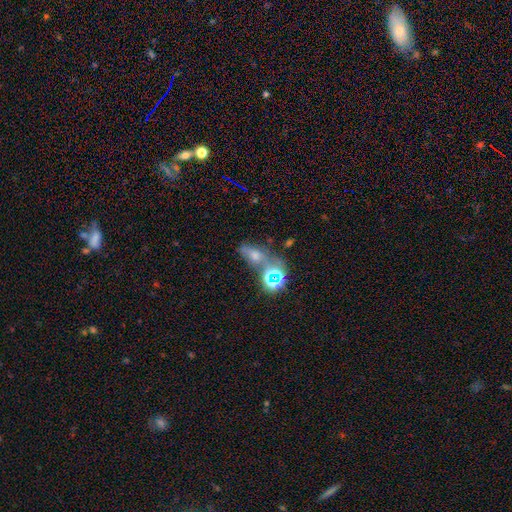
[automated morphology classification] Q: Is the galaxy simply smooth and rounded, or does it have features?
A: star or artifact — 41%.